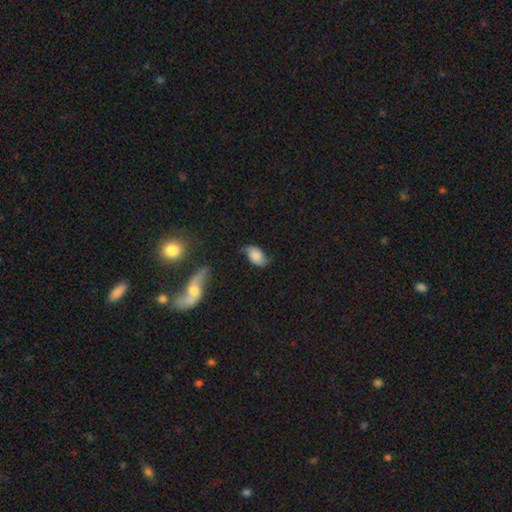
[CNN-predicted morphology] This appears to be a smooth galaxy with no disk features (58%) that is in between round and cigar-shaped (90%). Merging: none (60%).